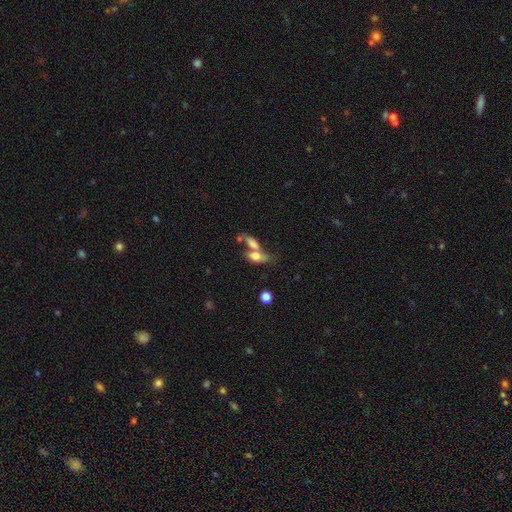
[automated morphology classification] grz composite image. It shows a smooth galaxy with no disk features (68%) that is in between round and cigar-shaped (73%). Merging: merger (50%).